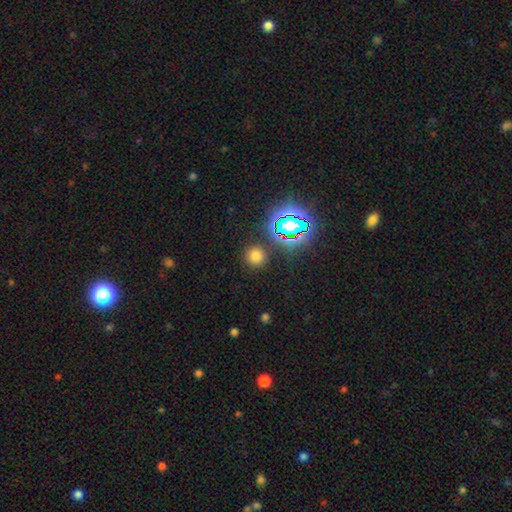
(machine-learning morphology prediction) This appears to be a smooth galaxy with no disk features (69%) that is round (93%). Merging: none (87%).